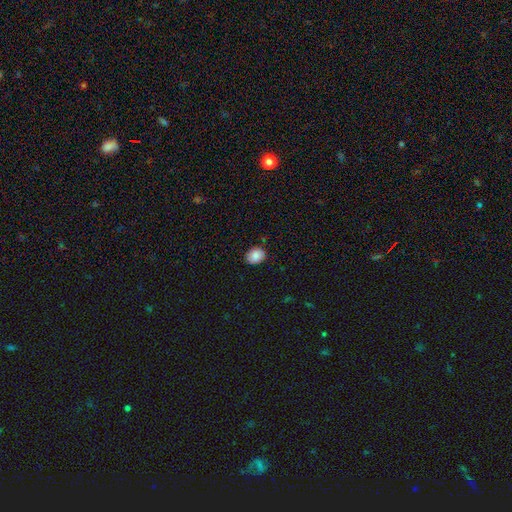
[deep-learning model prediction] Overall: smooth (85%). How rounded: round (54%; in between 45%). Merging: none (85%).